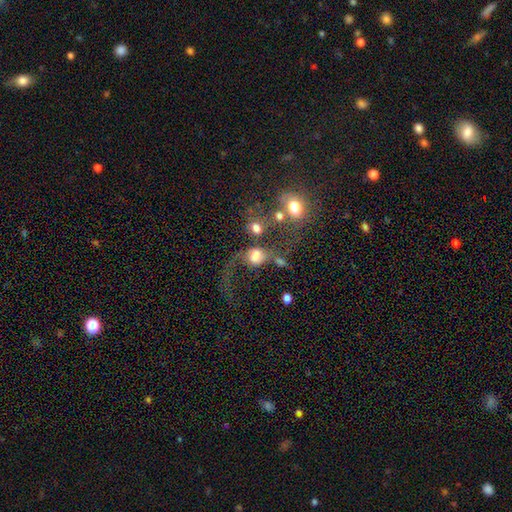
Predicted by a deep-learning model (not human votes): A smooth galaxy with no disk features (48%). Merging: merger (36%).